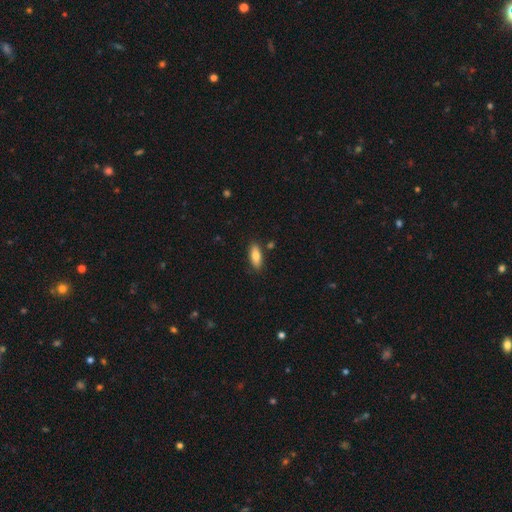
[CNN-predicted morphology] Smooth or featured? smooth (82%)
How rounded? in between (76%)
Merging? none (84%)